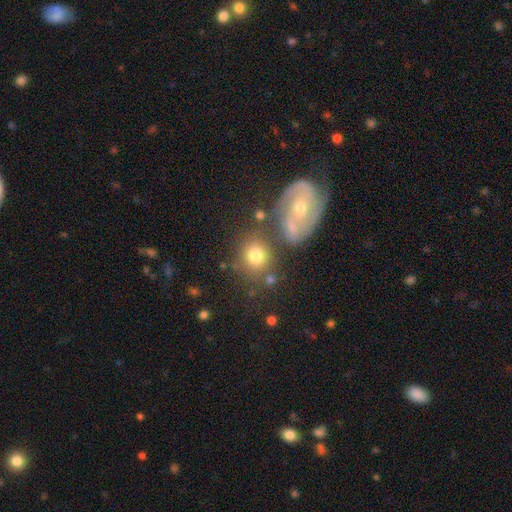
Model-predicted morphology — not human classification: type=smooth (71%); roundness=round (74%); merging=none (62%).